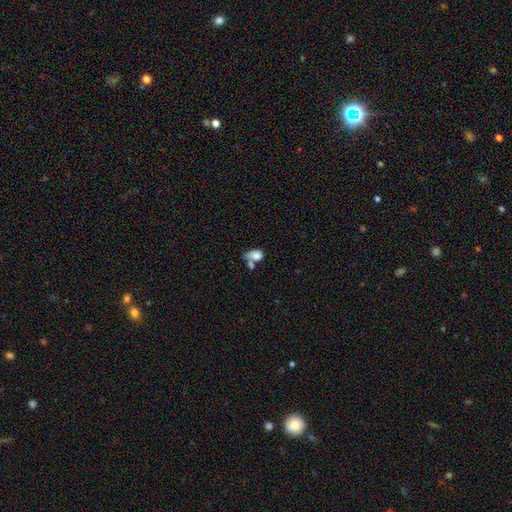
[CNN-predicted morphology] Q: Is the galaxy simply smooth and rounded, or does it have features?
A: smooth — 74%.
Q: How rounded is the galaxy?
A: in between — 79%.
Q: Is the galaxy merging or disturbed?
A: merger — 48%.